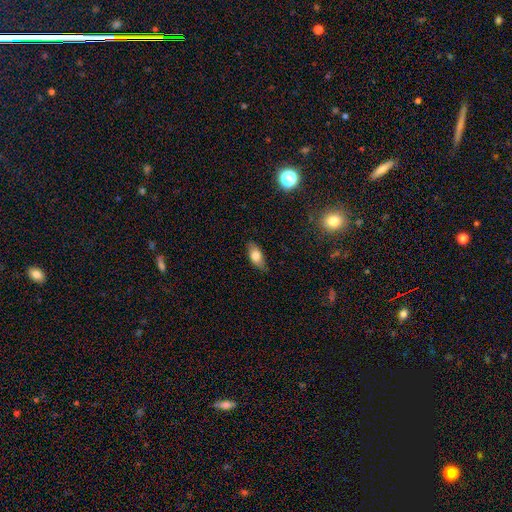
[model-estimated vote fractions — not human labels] Smooth or featured?
  - smooth: 74% *
  - featured or disk: 19%
  - star or artifact: 8%
How rounded?
  - in between: 84% *
  - cigar-shaped: 12%
  - round: 4%
Merging?
  - none: 81% *
  - minor disturbance: 15%
  - major disturbance: 3%
  - merger: 1%